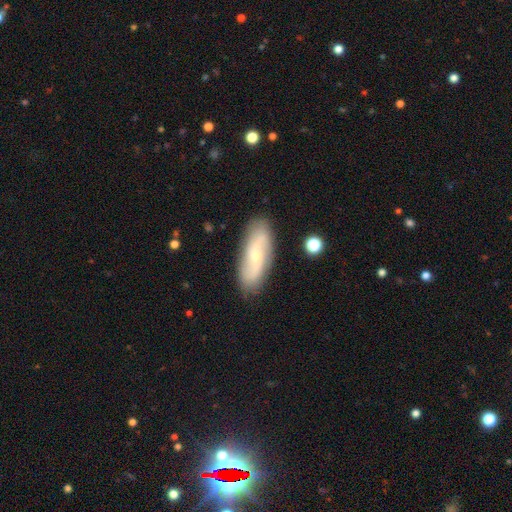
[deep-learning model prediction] Smooth or featured? featured or disk (66%)
Edge-on disk? no (88%)
Bar? no (51%)
Spiral arms? yes (89%)
Spiral winding? loose (56%)
Spiral arm count? 2 (86%)
Bulge size? small (66%)
Merging? none (85%)